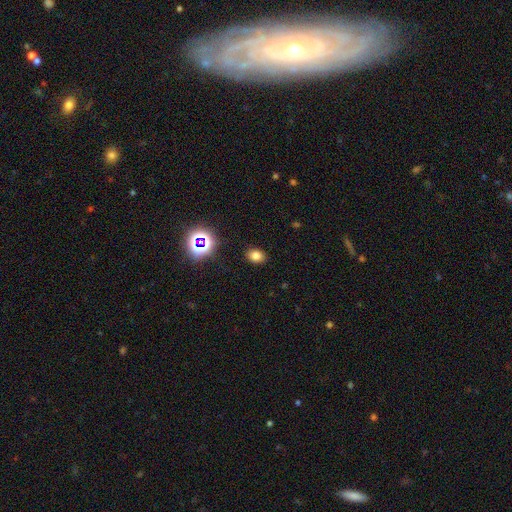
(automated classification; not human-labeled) Q: Smooth or featured?
A: smooth (75%); runner-up: star or artifact (18%)
Q: How rounded?
A: in between (67%); runner-up: round (32%)
Q: Merging?
A: none (88%); runner-up: minor disturbance (8%)